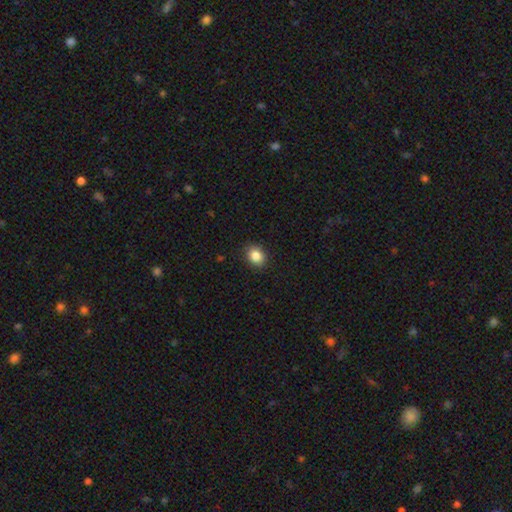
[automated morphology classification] smooth_or_featured: smooth (p=0.86) [alt: star or artifact p=0.09]
how_rounded: round (p=0.53) [alt: in between p=0.46]
merging: none (p=0.88) [alt: minor disturbance p=0.09]